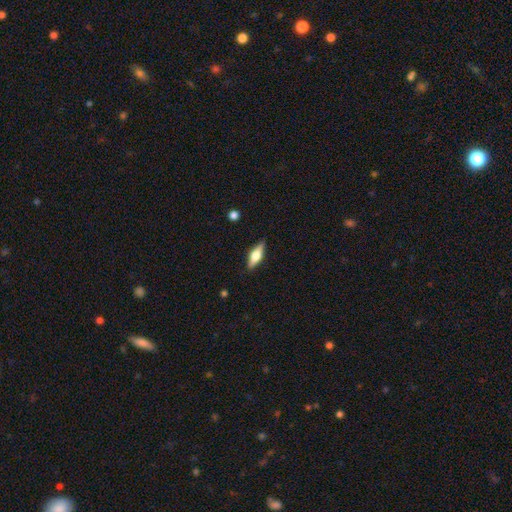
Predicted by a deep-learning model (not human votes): featured or disk 50%, smooth 43%, star or artifact 7%. Down the decision tree: edge-on disk — yes (93%); merging — none (87%).